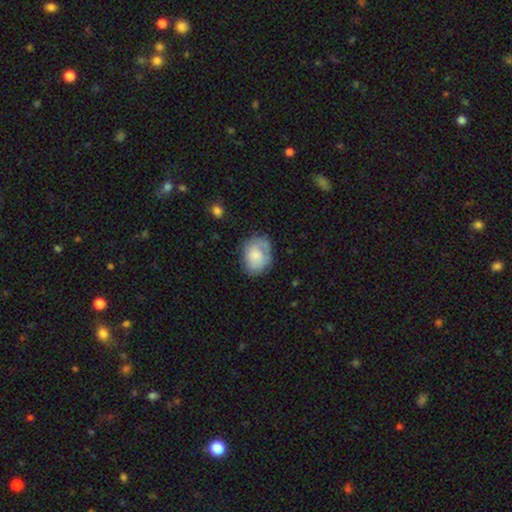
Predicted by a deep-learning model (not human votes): Smooth or featured?
  - smooth: 68% *
  - featured or disk: 25%
  - star or artifact: 7%
How rounded?
  - in between: 61% *
  - round: 38%
  - cigar-shaped: 1%
Merging?
  - none: 61% *
  - minor disturbance: 26%
  - major disturbance: 10%
  - merger: 3%